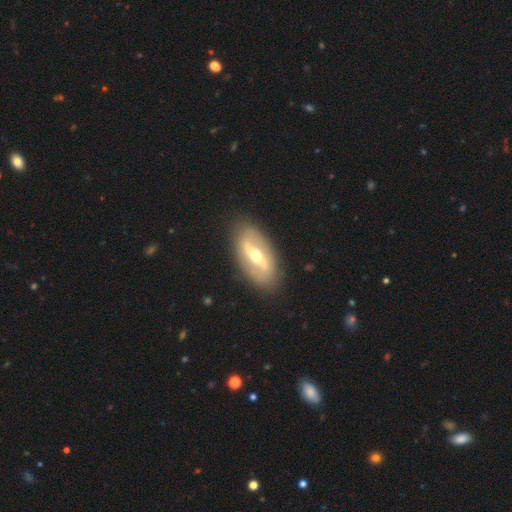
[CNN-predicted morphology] Smooth or featured?
  - featured or disk: 74% *
  - smooth: 21%
  - star or artifact: 5%
Edge-on disk?
  - no: 87% *
  - yes: 13%
Bar?
  - strong: 57% *
  - weak: 30%
  - no: 13%
Spiral arms?
  - yes: 52% *
  - no: 48%
Bulge size?
  - moderate: 71% *
  - small: 20%
  - large: 6%
  - dominant: 1%
  - none: 1%
Merging?
  - none: 87% *
  - minor disturbance: 9%
  - major disturbance: 3%
  - merger: 1%